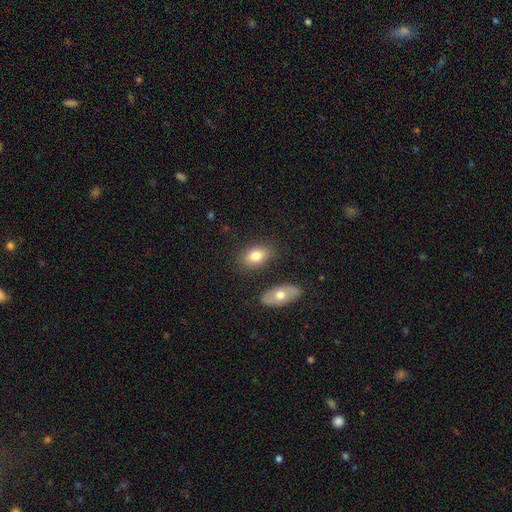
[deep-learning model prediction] smooth-or-featured: smooth: 78% | featured or disk: 15% | star or artifact: 8%
  how-rounded: in between: 87% | round: 11% | cigar-shaped: 2%
  merging: none: 78% | minor disturbance: 12% | merger: 7% | major disturbance: 3%